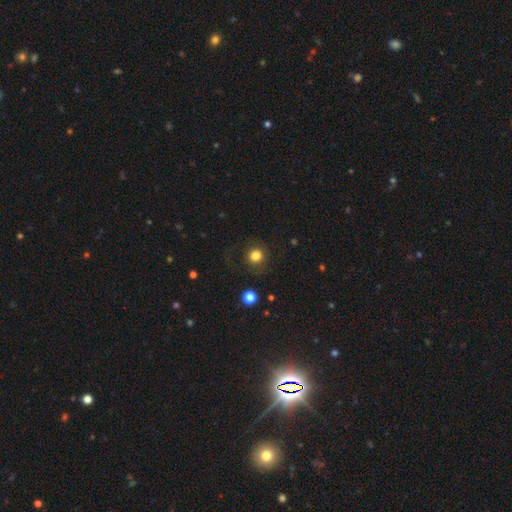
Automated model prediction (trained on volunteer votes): Smooth or featured? smooth (82%)
How rounded? round (91%)
Merging? none (82%)